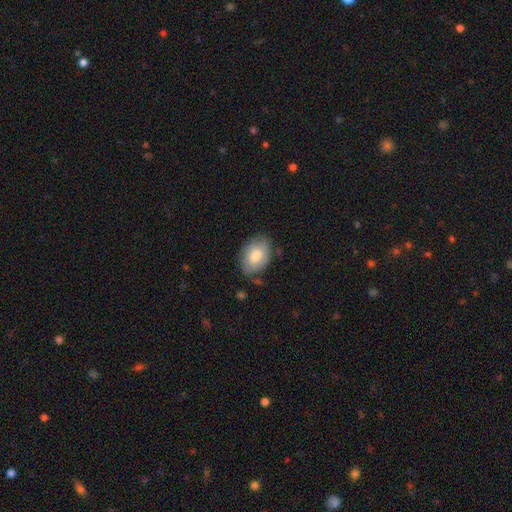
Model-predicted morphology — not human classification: type=smooth (73%); roundness=in between (83%); merging=none (73%).